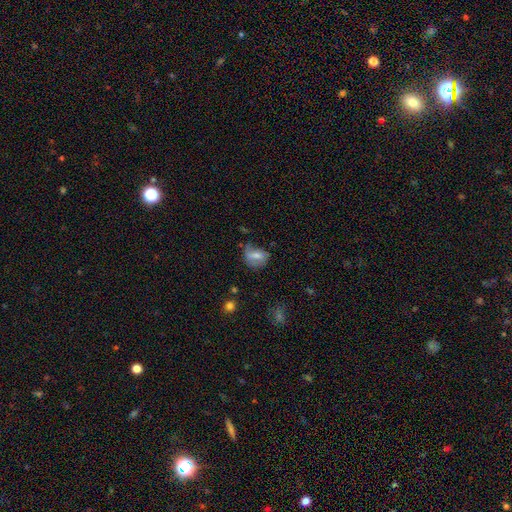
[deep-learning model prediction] Overall: smooth (60%; featured or disk 29%). How rounded: in between (56%; round 41%). Merging: none (48%; minor disturbance 31%).